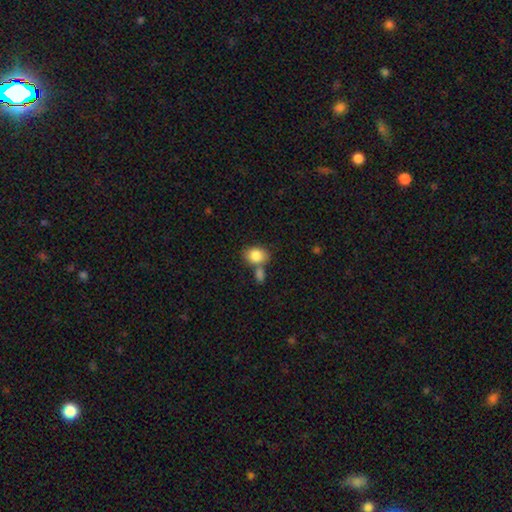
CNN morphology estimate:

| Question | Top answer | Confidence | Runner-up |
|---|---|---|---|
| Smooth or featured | smooth | 84% | featured or disk (9%) |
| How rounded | in between | 65% | round (34%) |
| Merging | none | 52% | merger (30%) |